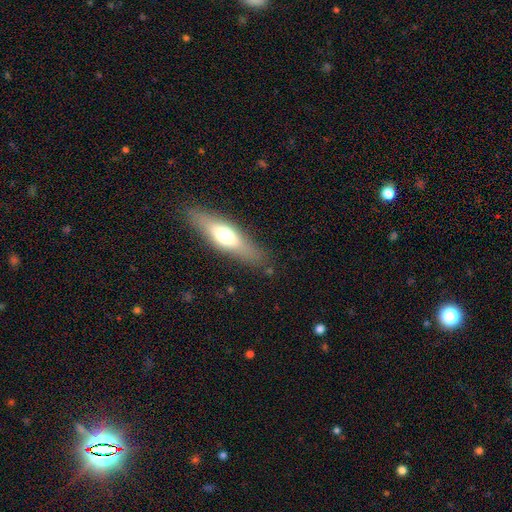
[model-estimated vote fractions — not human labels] Smooth or featured: smooth — 51% (featured or disk — 43%)
How rounded: cigar-shaped — 64% (in between — 34%)
Merging: none — 85% (minor disturbance — 10%)